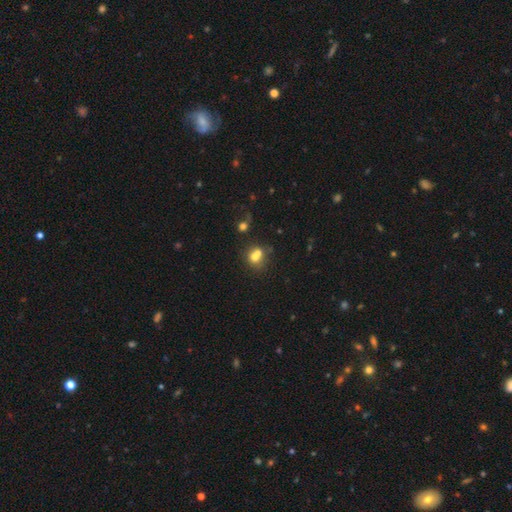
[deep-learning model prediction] Smooth or featured? smooth (67%)
How rounded? round (68%)
Merging? merger (53%)